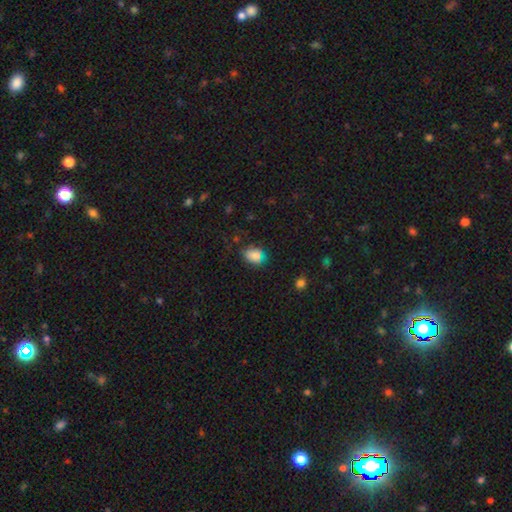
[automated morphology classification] The model was most divided on "how rounded": in between: 68%, round: 31%, cigar-shaped: 1%. More confident: smooth or featured — smooth (79%); merging — none (68%).